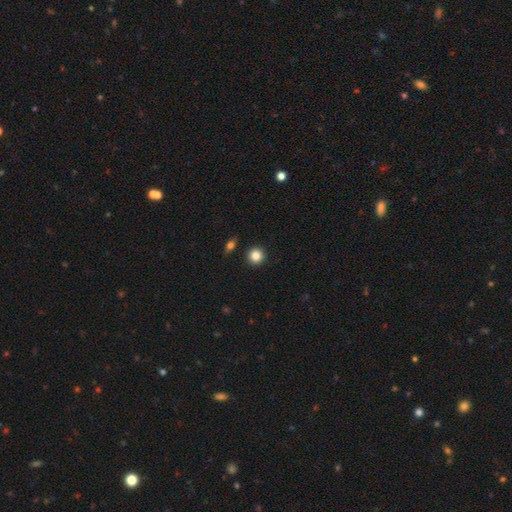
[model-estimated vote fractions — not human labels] Q: Smooth or featured?
A: smooth (84%); runner-up: star or artifact (11%)
Q: How rounded?
A: round (94%); runner-up: in between (5%)
Q: Merging?
A: none (91%); runner-up: minor disturbance (5%)